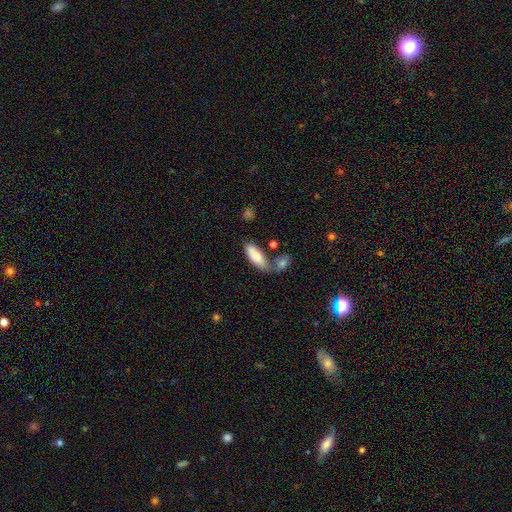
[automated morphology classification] The model was most divided on "merging": none: 38%, merger: 37%, minor disturbance: 17%, major disturbance: 8%. More confident: smooth or featured — smooth (82%); how rounded — in between (75%).